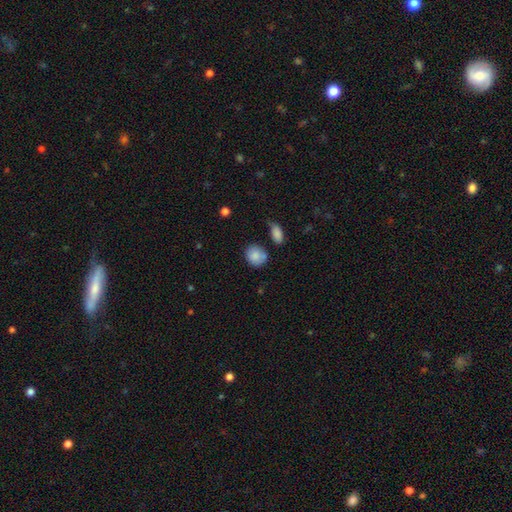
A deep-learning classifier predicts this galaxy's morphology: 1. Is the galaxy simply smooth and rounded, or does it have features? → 84% smooth, 8% featured or disk, 8% star or artifact.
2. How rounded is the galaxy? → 72% round, 27% in between, 1% cigar-shaped.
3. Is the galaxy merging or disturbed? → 61% none, 23% minor disturbance, 10% merger, 6% major disturbance.